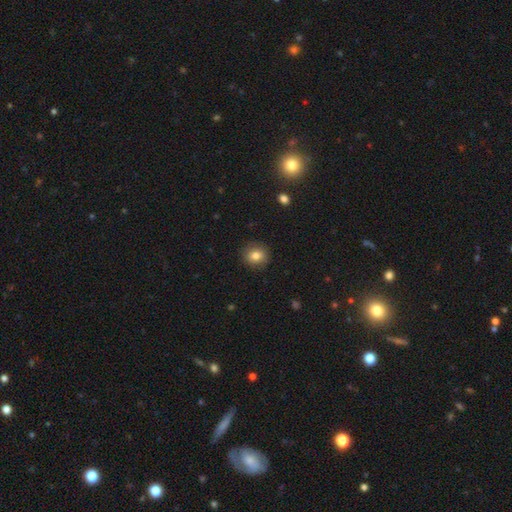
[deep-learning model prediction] Overall: smooth (81%). How rounded: round (85%). Merging: none (89%).